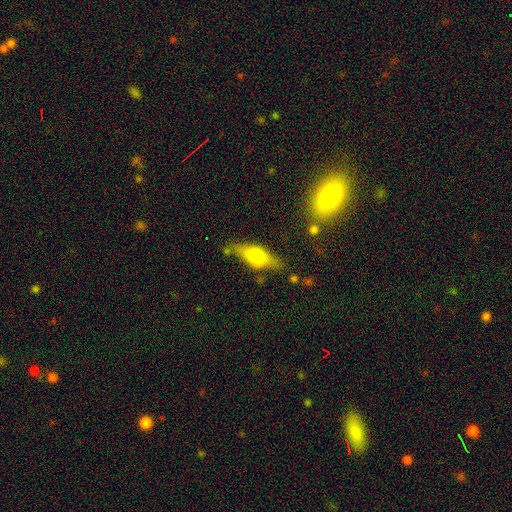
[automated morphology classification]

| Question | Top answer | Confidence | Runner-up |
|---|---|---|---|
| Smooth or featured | smooth | 49% | featured or disk (43%) |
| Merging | none | 54% | minor disturbance (22%) |